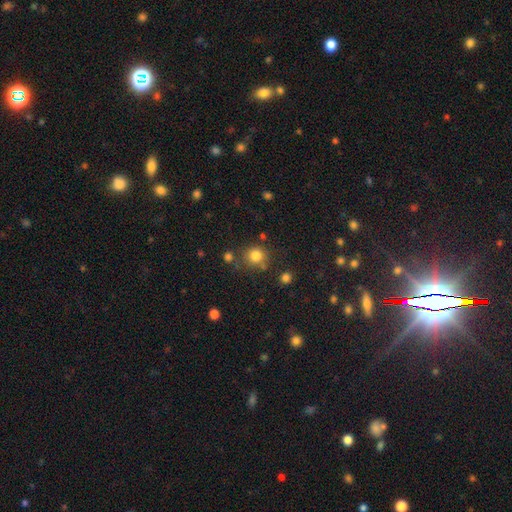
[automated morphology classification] This is clearly a smooth galaxy (81%). How rounded: clearly round (89%). Merging: likely none (74%).